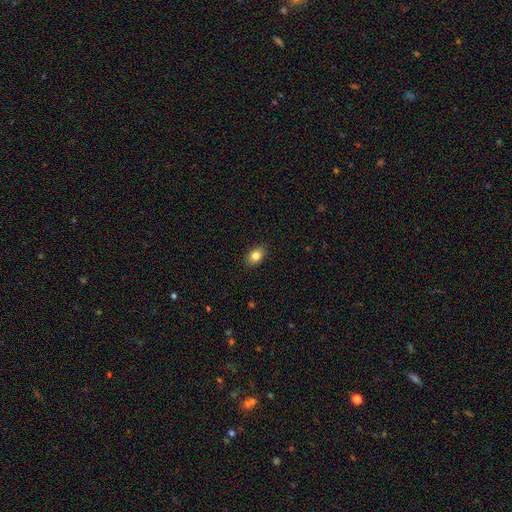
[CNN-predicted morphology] A smooth galaxy with no disk features (84%) that is in between round and cigar-shaped (76%). Merging: none (89%).